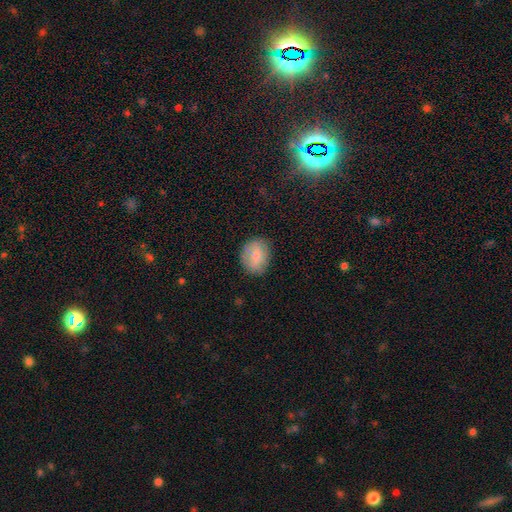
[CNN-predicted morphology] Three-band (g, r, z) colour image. It shows a smooth galaxy with no disk features (78%) that is round (52%). Merging: none (79%).